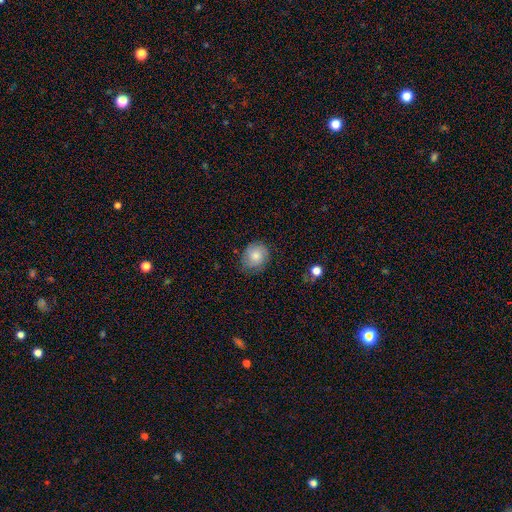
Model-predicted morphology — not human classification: Smooth or featured? Predicted: smooth (p=0.73). How rounded? Predicted: round (p=0.74). Merging? Predicted: none (p=0.70).